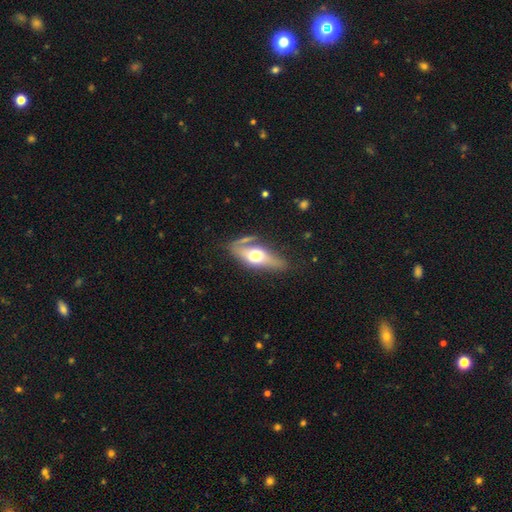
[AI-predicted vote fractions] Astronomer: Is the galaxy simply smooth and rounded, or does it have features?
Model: featured or disk — 48% (runner-up: smooth, 46%).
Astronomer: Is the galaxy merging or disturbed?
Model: none — 58%.